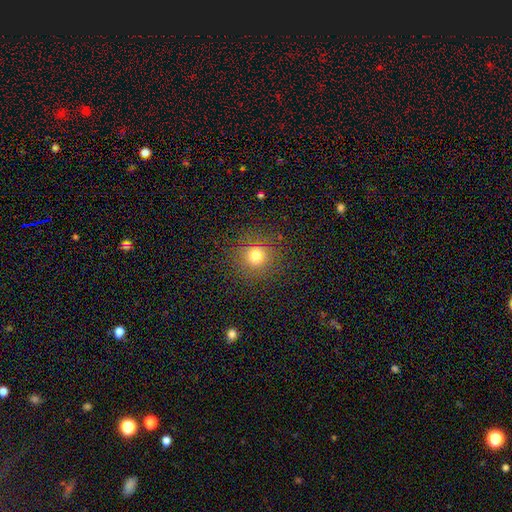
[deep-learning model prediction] This appears to be a smooth galaxy with no disk features (77%) that is round (92%). Merging: none (88%).